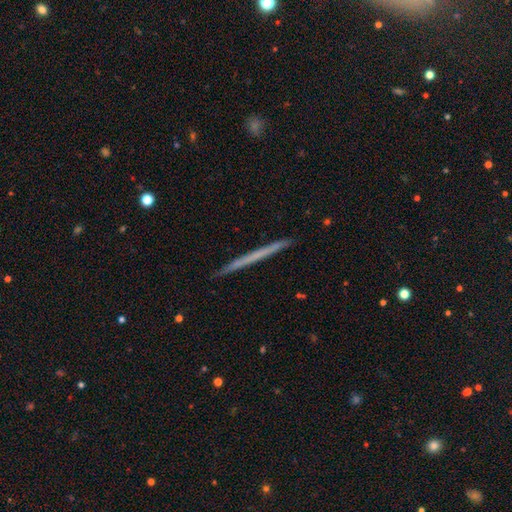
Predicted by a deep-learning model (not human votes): featured or disk 52%, smooth 42%, star or artifact 6%. Down the decision tree: edge-on disk — yes (98%); edge-on bulge — none (91%); merging — none (92%).